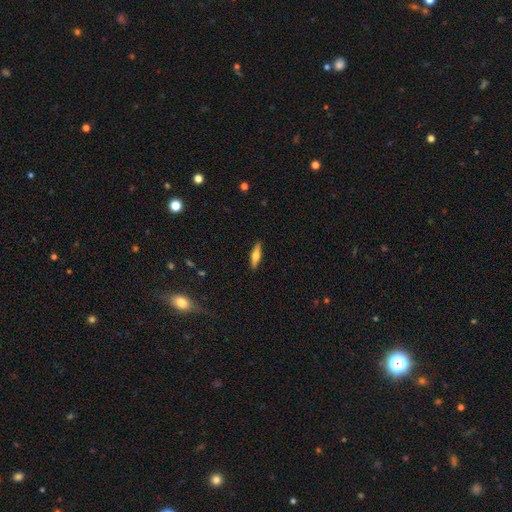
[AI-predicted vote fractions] Overall: featured or disk (47%; smooth 46%). Merging: none (89%).